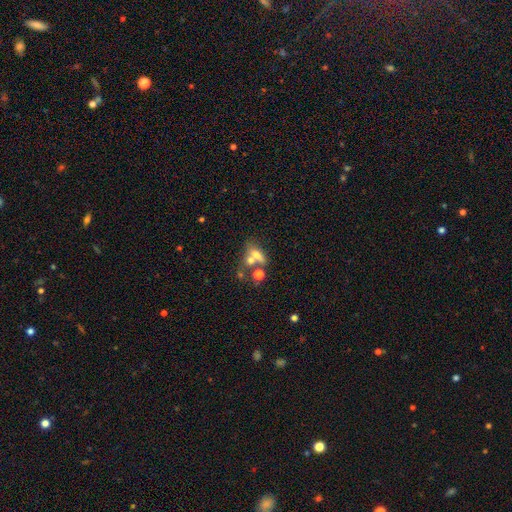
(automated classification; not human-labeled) A smooth galaxy with no disk features (60%) that is in between round and cigar-shaped (64%).

Vote fractions:
- Smooth or featured? smooth: 60% / featured or disk: 26% / star or artifact: 15%
- How rounded? in between: 64% / round: 25% / cigar-shaped: 11%
- Merging? merger: 50% / none: 29% / minor disturbance: 10% / major disturbance: 10%